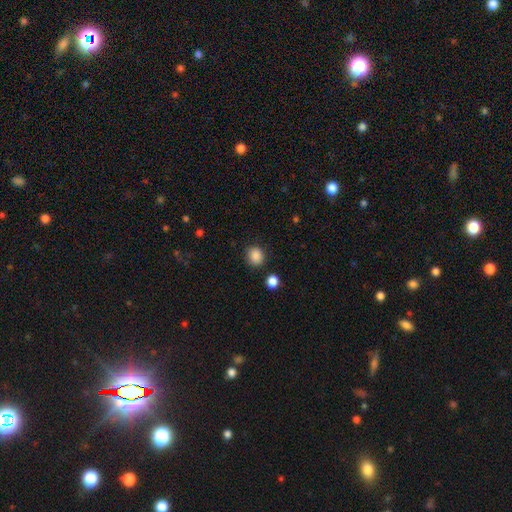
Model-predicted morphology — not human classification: Smooth or featured? Predicted: smooth (p=0.87). How rounded? Predicted: round (p=0.83). Merging? Predicted: none (p=0.85).